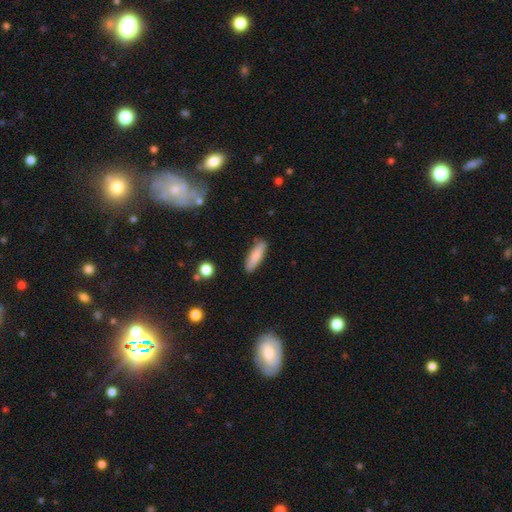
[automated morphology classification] type=smooth (82%); roundness=cigar-shaped (62%); merging=none (85%).